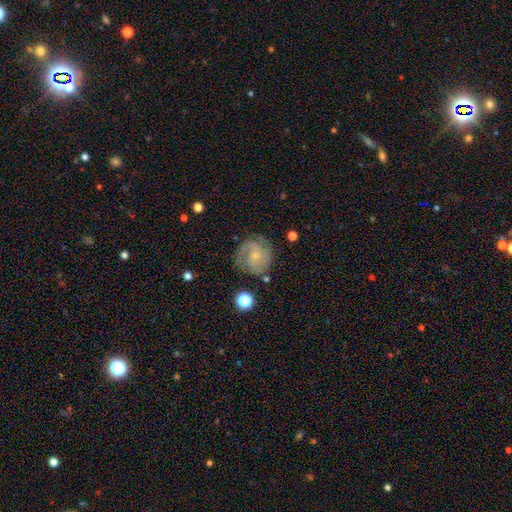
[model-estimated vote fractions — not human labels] The model was most divided on "spiral winding": tight: 48%, medium: 39%, loose: 12%. Remaining: edge-on disk — no (98%); spiral arms — yes (92%); bulge size — small (76%); smooth or featured — featured or disk (73%); bar — no (72%); merging — none (71%); spiral arm count — 2 (39%).